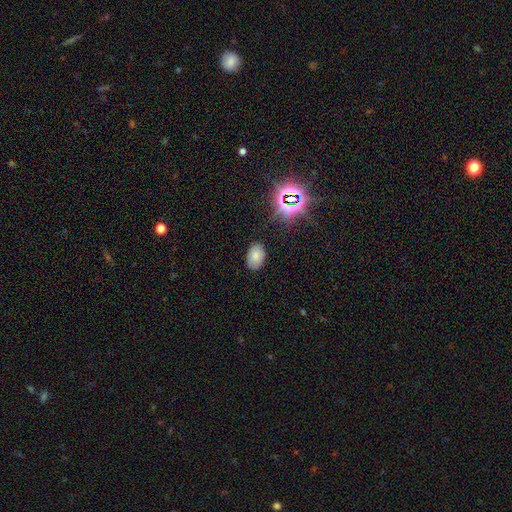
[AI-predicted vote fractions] A smooth galaxy with no disk features (77%) that is in between round and cigar-shaped (87%). Merging: none (84%).